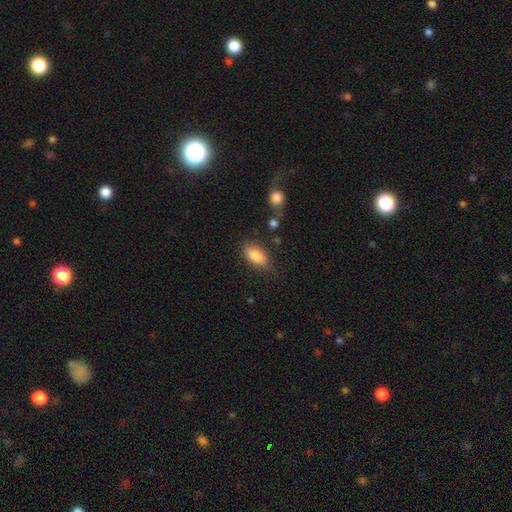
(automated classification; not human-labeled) Smooth or featured? smooth (83%)
How rounded? in between (89%)
Merging? none (74%)